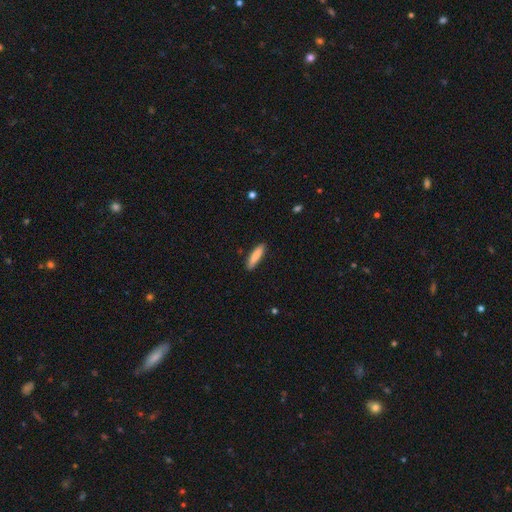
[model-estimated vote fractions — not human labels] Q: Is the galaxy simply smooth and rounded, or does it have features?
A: smooth — 85%.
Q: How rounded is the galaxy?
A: cigar-shaped — 74%.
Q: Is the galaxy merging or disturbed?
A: none — 87%.